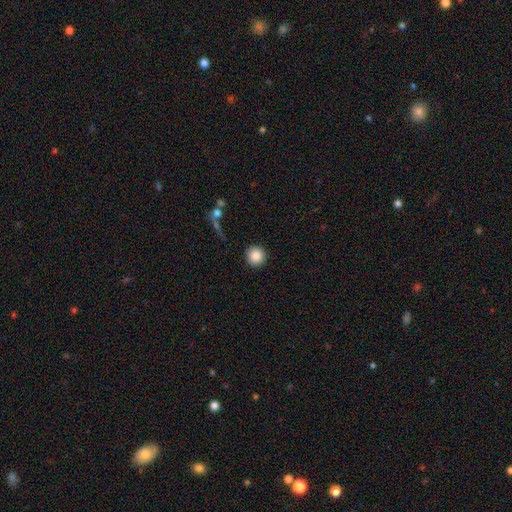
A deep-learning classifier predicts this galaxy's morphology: A smooth galaxy with no disk features (87%) that is round (95%). Merging: none (91%).